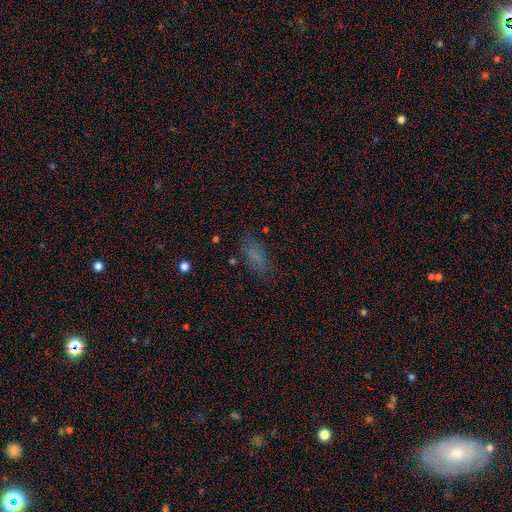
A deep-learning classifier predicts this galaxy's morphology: type=smooth (70%); roundness=in between (83%); merging=none (73%).